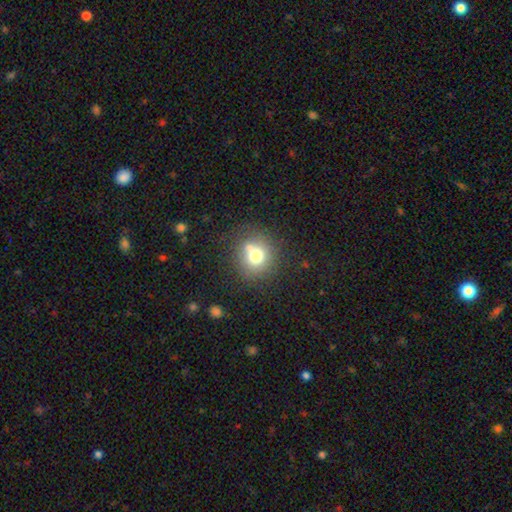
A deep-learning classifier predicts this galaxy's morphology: smooth 71%, featured or disk 16%, star or artifact 13%. Down the decision tree: how rounded — round (86%); merging — none (64%).